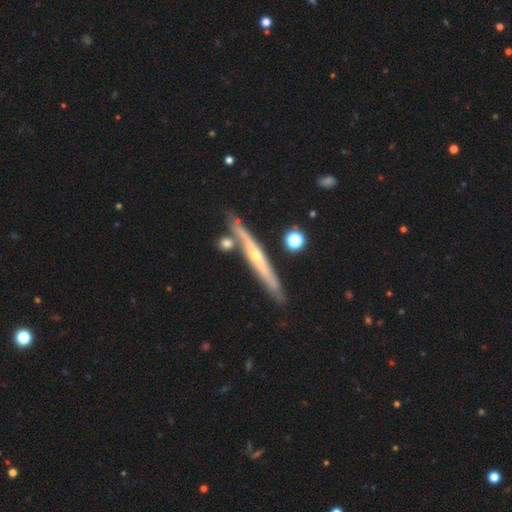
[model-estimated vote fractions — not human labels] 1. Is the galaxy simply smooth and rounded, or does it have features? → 76% featured or disk, 18% smooth, 6% star or artifact.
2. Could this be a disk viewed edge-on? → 95% yes, 5% no.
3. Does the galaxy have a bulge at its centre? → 67% rounded, 30% none, 3% boxy.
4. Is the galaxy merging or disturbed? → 79% none, 11% minor disturbance, 7% merger, 2% major disturbance.